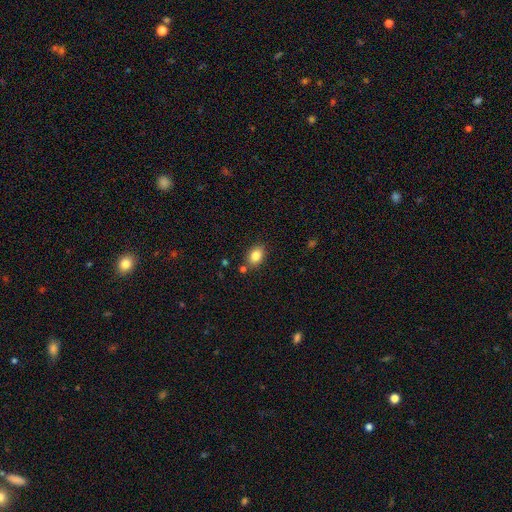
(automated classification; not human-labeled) smooth-or-featured: smooth: 84% | star or artifact: 9% | featured or disk: 7%
  how-rounded: in between: 73% | round: 25% | cigar-shaped: 1%
  merging: none: 80% | minor disturbance: 11% | merger: 6% | major disturbance: 3%